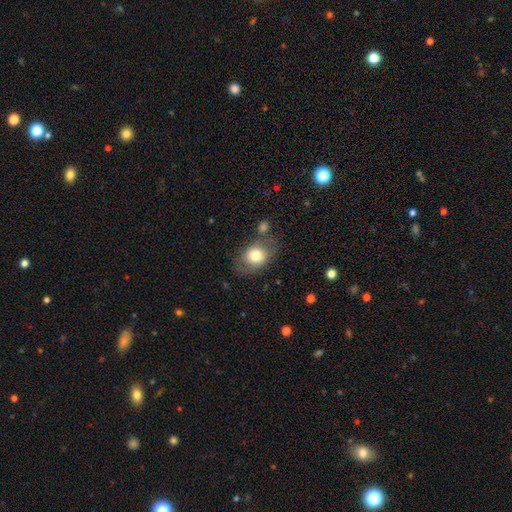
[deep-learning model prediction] smooth 75%, featured or disk 17%, star or artifact 8%. Down the decision tree: how rounded — in between (68%); merging — none (66%).